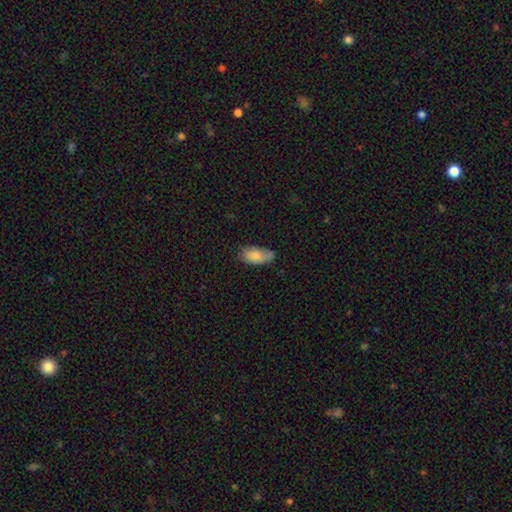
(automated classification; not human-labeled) Smooth or featured? smooth (81%)
How rounded? in between (92%)
Merging? none (58%)